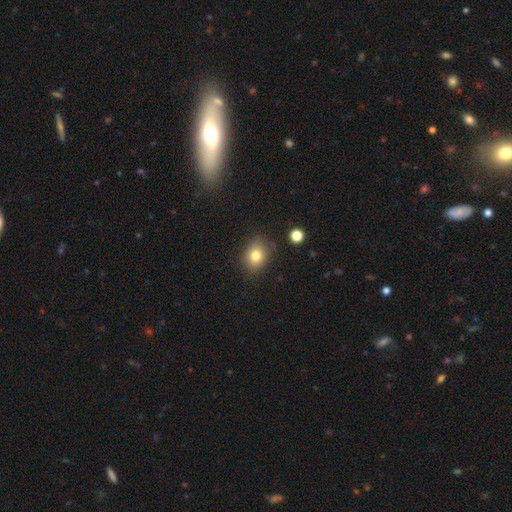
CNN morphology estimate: Smooth or featured: smooth — 79% (star or artifact — 11%)
How rounded: in between — 54% (round — 45%)
Merging: none — 79% (minor disturbance — 15%)